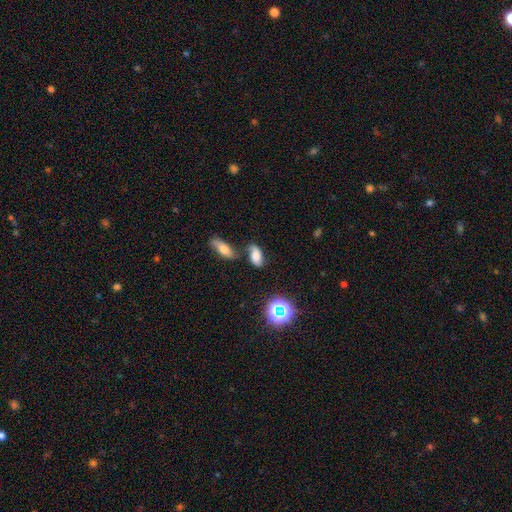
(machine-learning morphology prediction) Smooth or featured? smooth (68%)
How rounded? in between (87%)
Merging? none (53%)